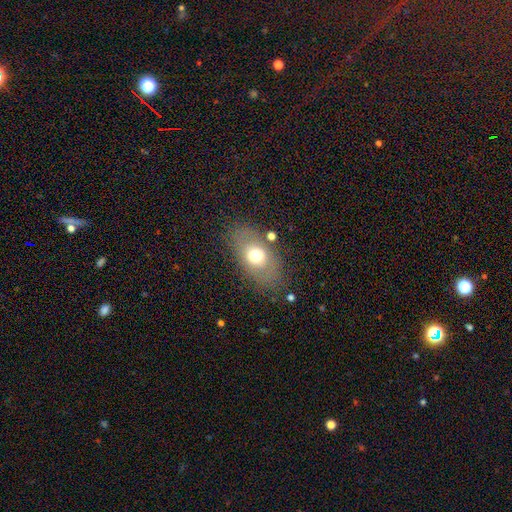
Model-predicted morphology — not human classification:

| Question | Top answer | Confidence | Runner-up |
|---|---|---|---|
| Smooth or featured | smooth | 63% | featured or disk (26%) |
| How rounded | in between | 81% | round (17%) |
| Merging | none | 77% | minor disturbance (14%) |